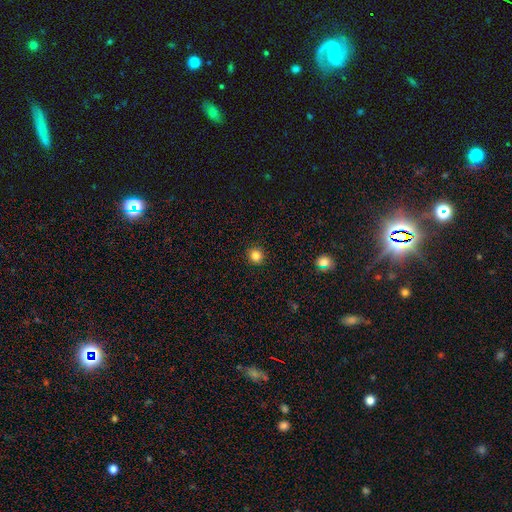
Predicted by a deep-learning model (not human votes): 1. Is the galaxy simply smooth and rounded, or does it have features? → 84% smooth, 12% star or artifact, 4% featured or disk.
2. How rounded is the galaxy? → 92% round, 7% in between, 1% cigar-shaped.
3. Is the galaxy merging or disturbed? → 93% none, 5% minor disturbance, 2% major disturbance, 1% merger.